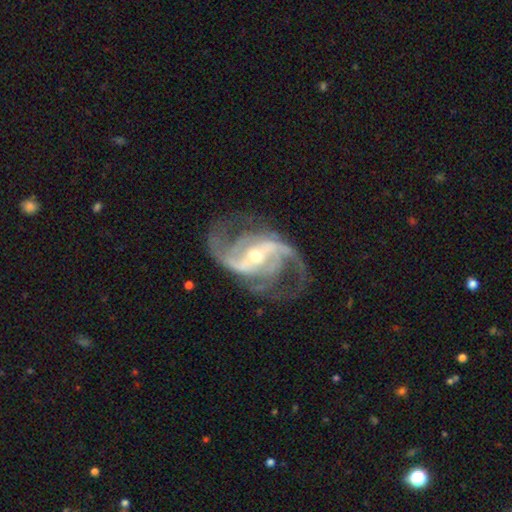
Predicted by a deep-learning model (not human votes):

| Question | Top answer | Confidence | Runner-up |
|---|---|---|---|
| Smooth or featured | featured or disk | 93% | star or artifact (4%) |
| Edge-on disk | no | 98% | yes (2%) |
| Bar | strong | 48% | weak (37%) |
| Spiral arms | yes | 98% | no (2%) |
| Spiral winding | medium | 55% | loose (30%) |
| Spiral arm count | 2 | 73% | 3 (13%) |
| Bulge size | moderate | 54% | small (41%) |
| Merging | none | 71% | minor disturbance (15%) |